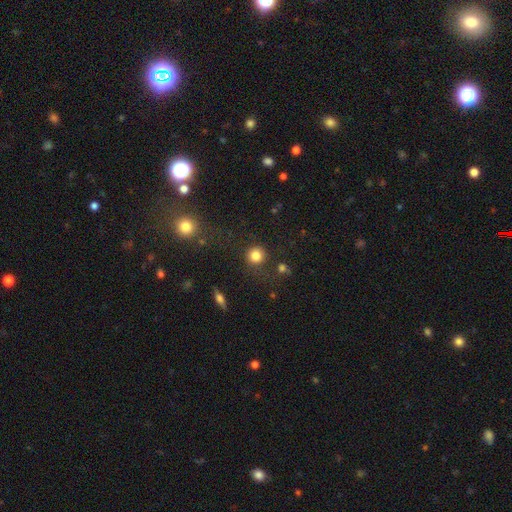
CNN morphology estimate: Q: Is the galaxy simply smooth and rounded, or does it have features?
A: smooth — 82%.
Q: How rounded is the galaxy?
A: round — 91%.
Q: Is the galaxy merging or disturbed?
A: none — 81%.